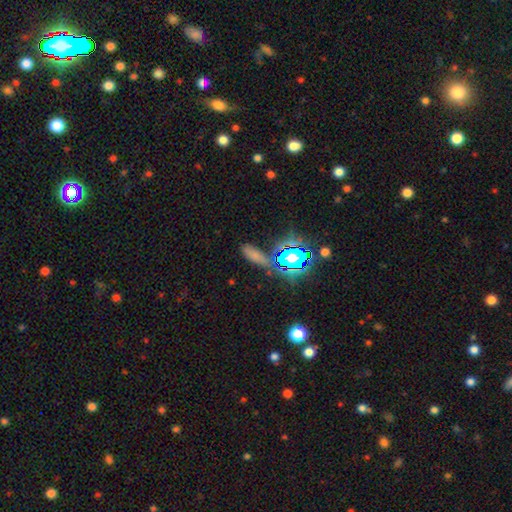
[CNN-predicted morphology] Smooth or featured? Predicted: smooth (p=0.59). How rounded? Predicted: in between (p=0.50). Merging? Predicted: none (p=0.69).